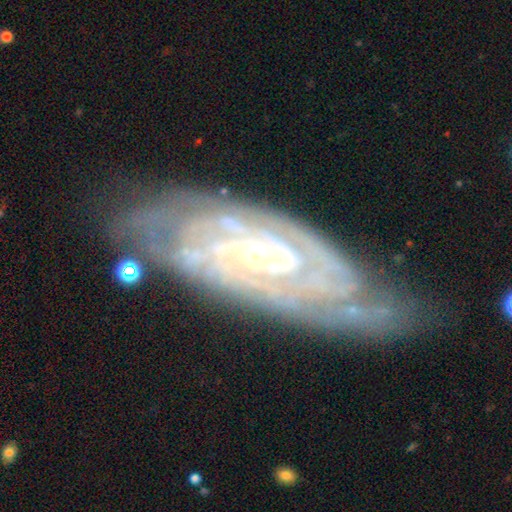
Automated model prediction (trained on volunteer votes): Smooth or featured? featured or disk (90%)
Edge-on disk? no (92%)
Bar? no (50%)
Spiral arms? yes (97%)
Spiral winding? tight (78%)
Spiral arm count? can't tell (27%)
Bulge size? small (63%)
Merging? none (67%)